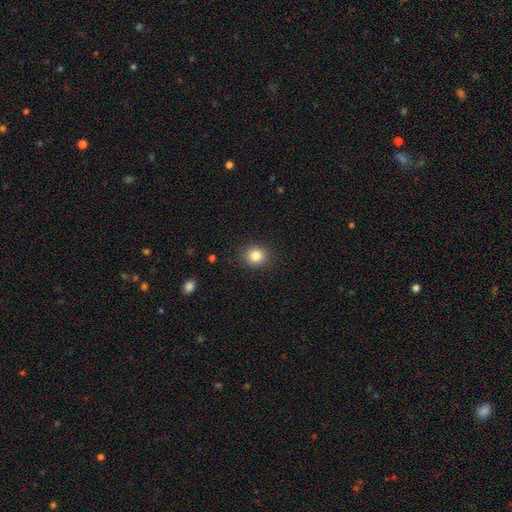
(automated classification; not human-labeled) This appears to be a smooth galaxy with no disk features (83%) that is round (79%). Merging: none (89%).